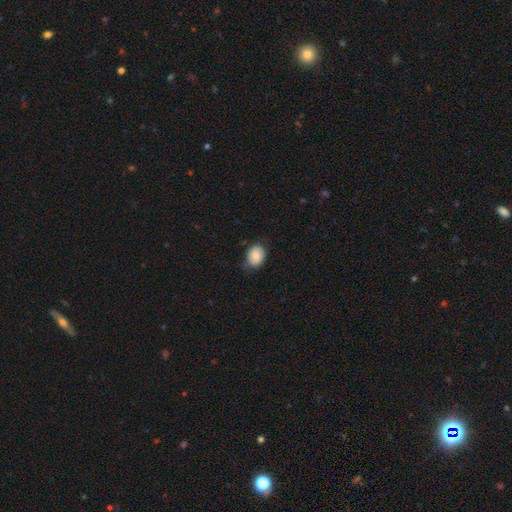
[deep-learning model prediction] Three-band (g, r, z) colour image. It shows a smooth galaxy with no disk features (81%) that is in between round and cigar-shaped (54%). Merging: none (74%).